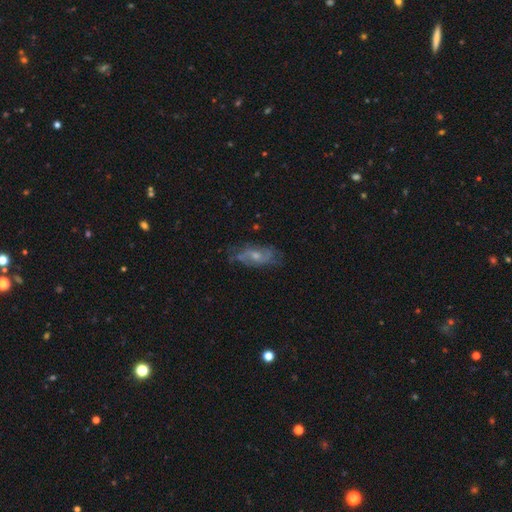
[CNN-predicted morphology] This appears to be a featured or disk galaxy (66%) with no bar (60%), spiral arms (83%) and a small central bulge (46%, tied with moderate). Merging: none (67%).